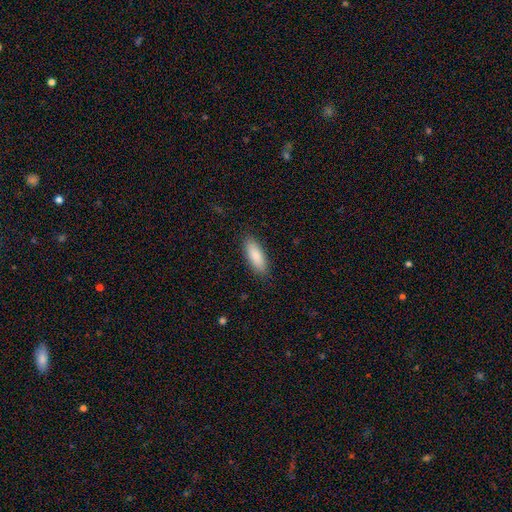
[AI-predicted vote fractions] Overall: smooth (88%). How rounded: in between (67%; cigar-shaped 31%). Merging: none (88%).